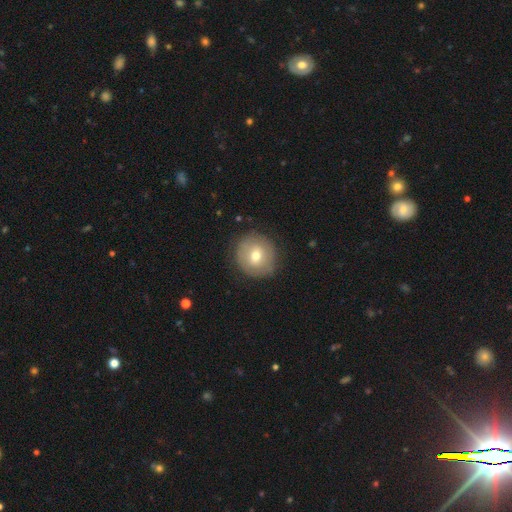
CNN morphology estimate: A smooth galaxy with no disk features (62%) that is round (91%). Merging: none (86%).